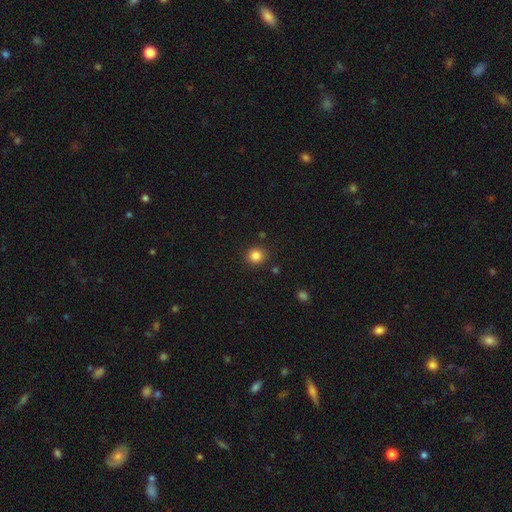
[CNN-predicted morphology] Smooth or featured: smooth — 84% (star or artifact — 12%)
How rounded: round — 90% (in between — 9%)
Merging: none — 89% (minor disturbance — 7%)